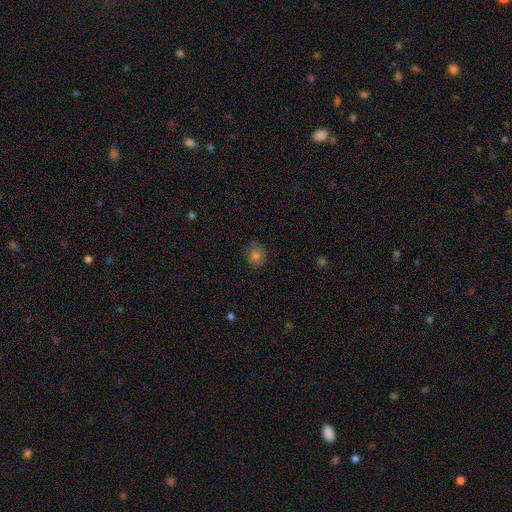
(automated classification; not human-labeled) smooth-or-featured: smooth: 73% | featured or disk: 14% | star or artifact: 13%
  how-rounded: round: 79% | in between: 20% | cigar-shaped: 1%
  merging: none: 73% | minor disturbance: 20% | major disturbance: 5% | merger: 2%